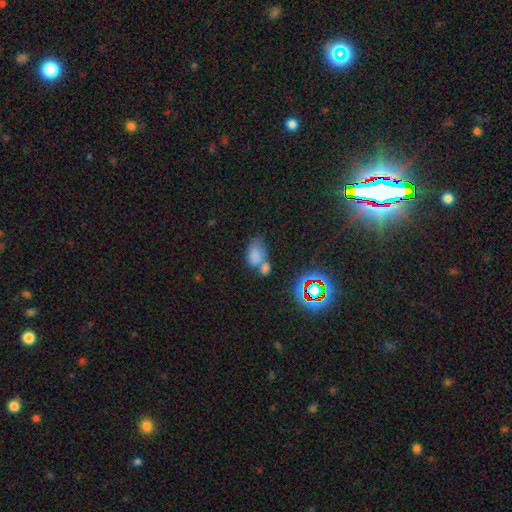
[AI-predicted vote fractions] This appears to be a smooth galaxy with no disk features (71%) that is in between round and cigar-shaped (86%). Merging: merger (46%).